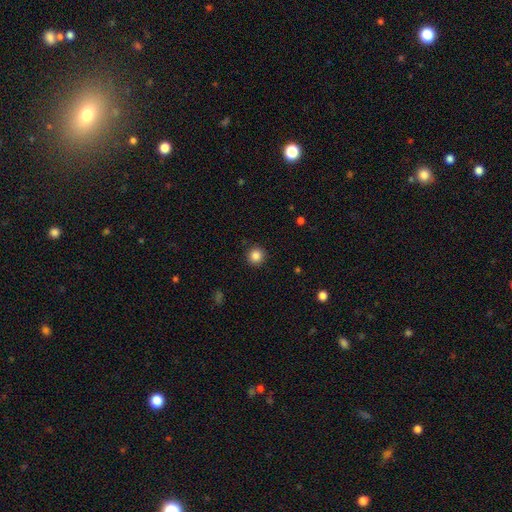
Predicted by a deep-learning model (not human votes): smooth 85%, star or artifact 11%, featured or disk 4%. Down the decision tree: how rounded — round (95%); merging — none (92%).